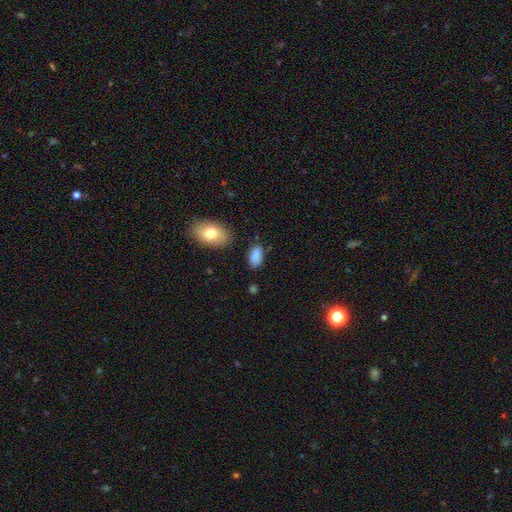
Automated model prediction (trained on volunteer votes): Q: Smooth or featured?
A: smooth (87%); runner-up: star or artifact (8%)
Q: How rounded?
A: in between (93%); runner-up: round (4%)
Q: Merging?
A: none (76%); runner-up: minor disturbance (16%)